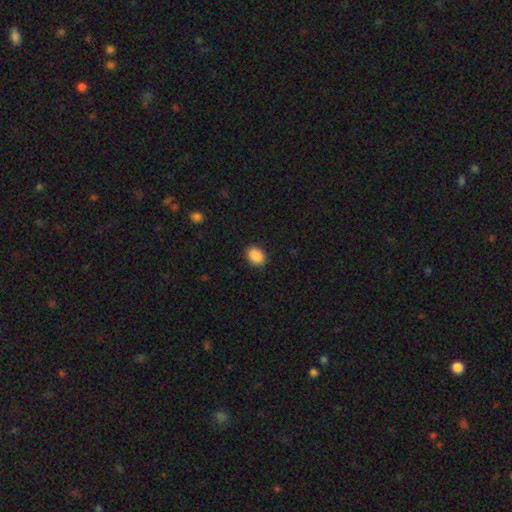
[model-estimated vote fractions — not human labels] A smooth galaxy with no disk features (90%) that is in between round and cigar-shaped (64%).

Vote fractions:
- Smooth or featured? smooth: 90% / star or artifact: 8% / featured or disk: 2%
- How rounded? in between: 64% / round: 35% / cigar-shaped: 1%
- Merging? none: 90% / minor disturbance: 7% / major disturbance: 2% / merger: 1%